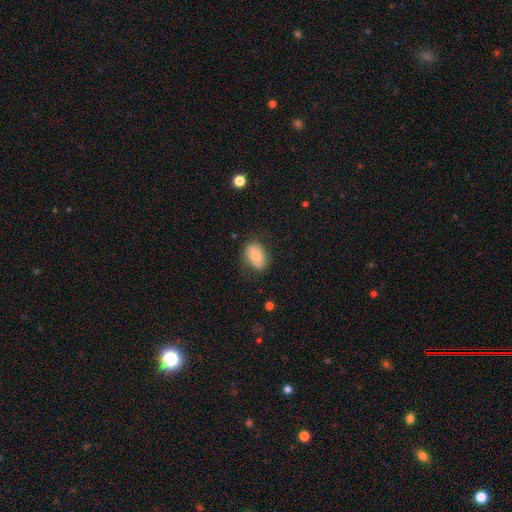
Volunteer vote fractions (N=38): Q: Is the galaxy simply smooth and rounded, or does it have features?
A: smooth — 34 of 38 (89%).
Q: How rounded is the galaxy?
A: in between — 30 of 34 (88%).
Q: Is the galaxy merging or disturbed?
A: none — 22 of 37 (59%).